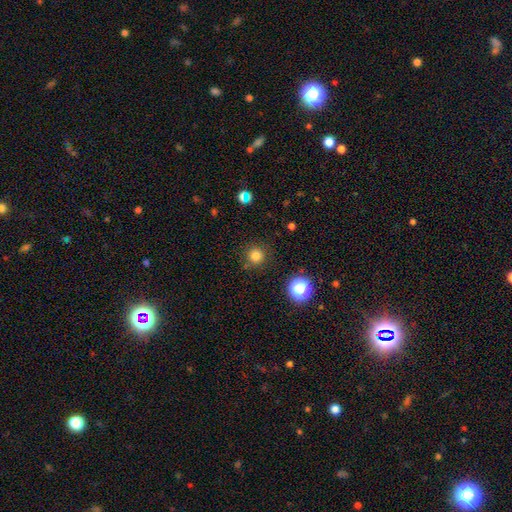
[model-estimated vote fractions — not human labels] A smooth galaxy with no disk features (80%) that is round (95%).

Vote fractions:
- Smooth or featured? smooth: 80% / star or artifact: 16% / featured or disk: 5%
- How rounded? round: 95% / in between: 4% / cigar-shaped: 1%
- Merging? none: 88% / minor disturbance: 7% / major disturbance: 3% / merger: 2%